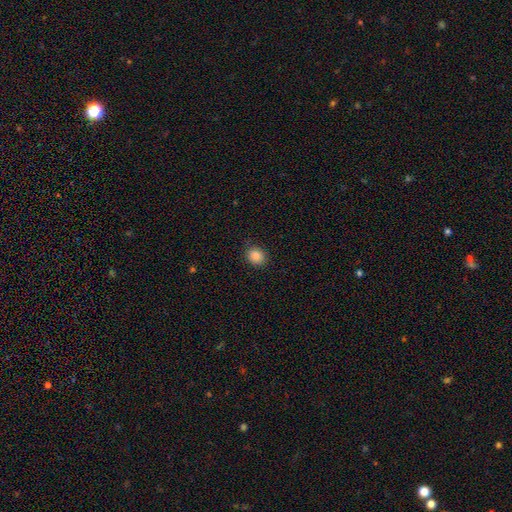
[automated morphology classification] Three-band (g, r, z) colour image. It shows a smooth galaxy with no disk features (86%) that is round (68%). Merging: none (87%).